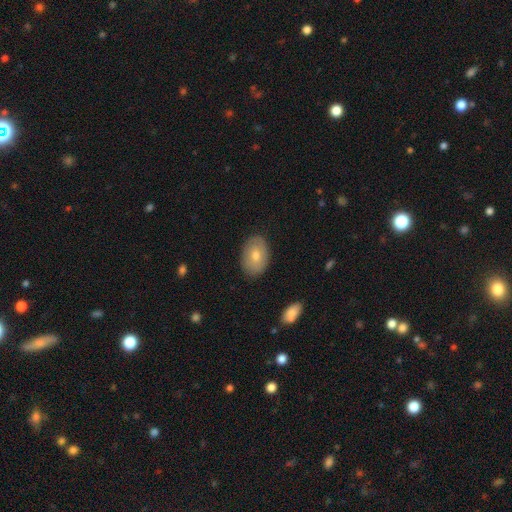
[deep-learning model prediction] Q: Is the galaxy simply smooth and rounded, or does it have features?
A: smooth — 68%.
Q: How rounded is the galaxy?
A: in between — 85%.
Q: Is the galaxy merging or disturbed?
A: none — 86%.